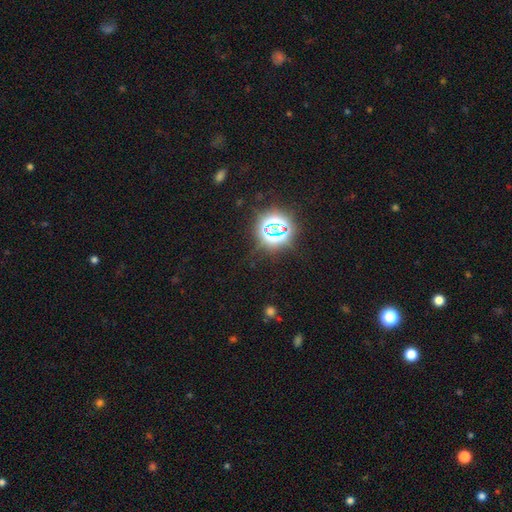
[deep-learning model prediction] Q: Smooth or featured?
A: star or artifact (79%); runner-up: smooth (15%)